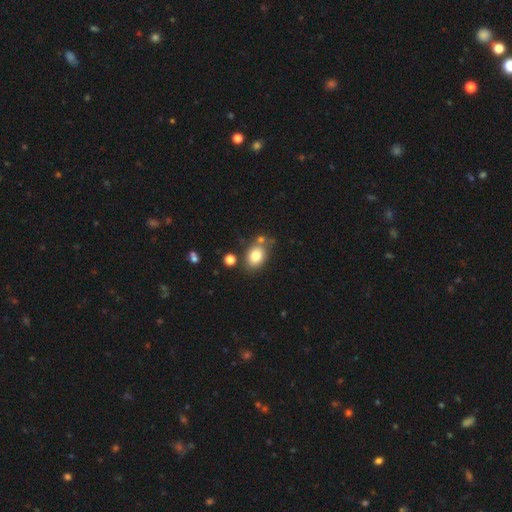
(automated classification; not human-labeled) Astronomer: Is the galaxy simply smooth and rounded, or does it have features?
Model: smooth — 81%.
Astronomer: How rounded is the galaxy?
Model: in between — 67%.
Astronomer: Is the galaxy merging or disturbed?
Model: none — 68%.